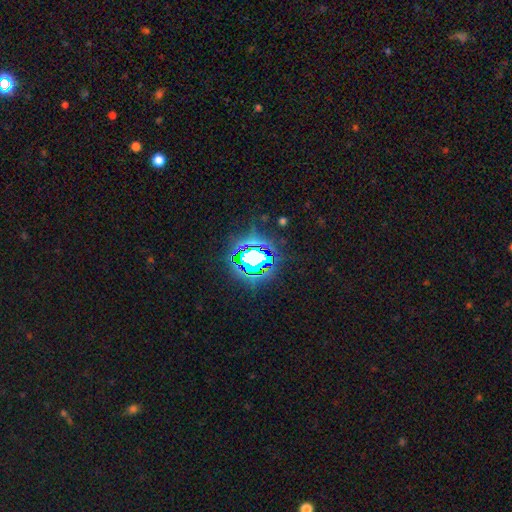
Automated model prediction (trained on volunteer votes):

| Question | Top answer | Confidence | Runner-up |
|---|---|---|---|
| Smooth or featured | star or artifact | 82% | smooth (11%) |